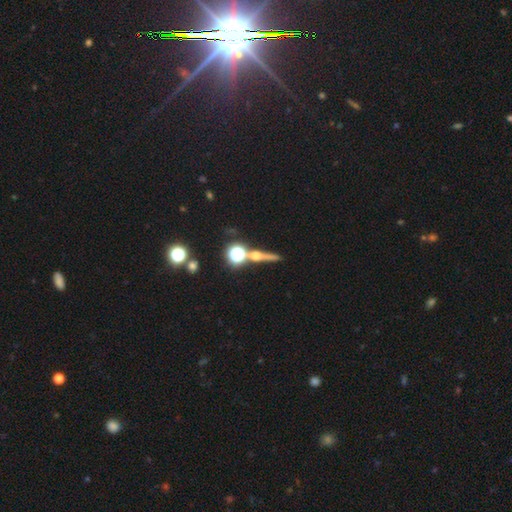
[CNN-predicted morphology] smooth_or_featured: featured or disk (p=0.46) [alt: smooth p=0.28]
merging: none (p=0.72) [alt: merger p=0.13]